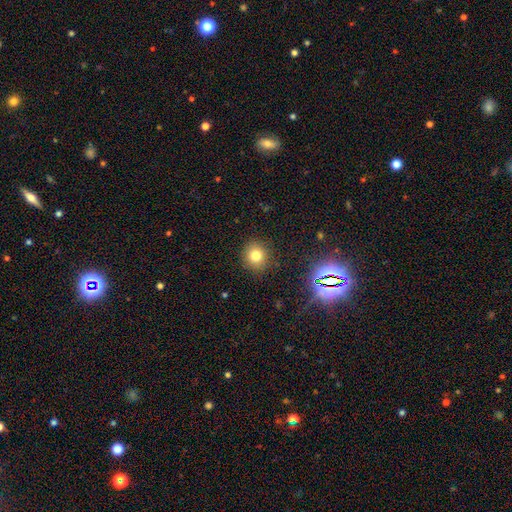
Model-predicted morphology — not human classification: Smooth or featured?
  - smooth: 74% *
  - star or artifact: 17%
  - featured or disk: 9%
How rounded?
  - round: 90% *
  - in between: 9%
  - cigar-shaped: 1%
Merging?
  - none: 88% *
  - minor disturbance: 8%
  - major disturbance: 3%
  - merger: 1%